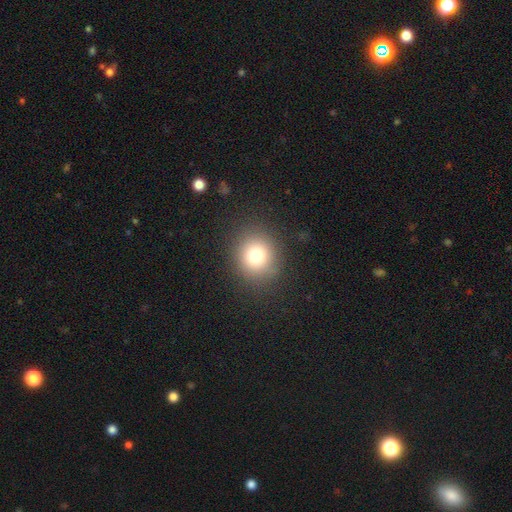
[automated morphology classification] The model was most divided on "smooth or featured": smooth: 77%, star or artifact: 14%, featured or disk: 9%. More confident: merging — none (87%); how rounded — round (83%).